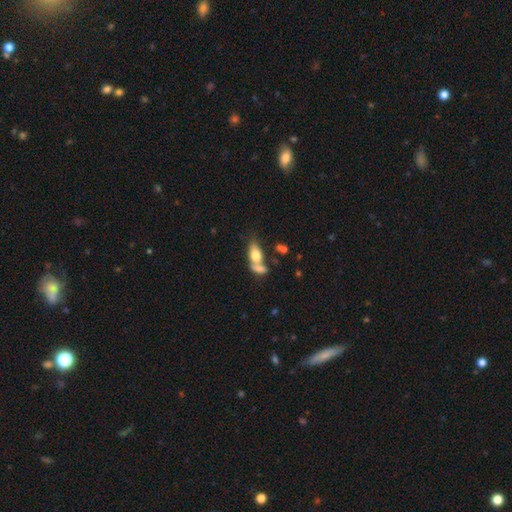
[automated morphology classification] Smooth or featured? smooth (72%)
How rounded? in between (81%)
Merging? merger (57%)